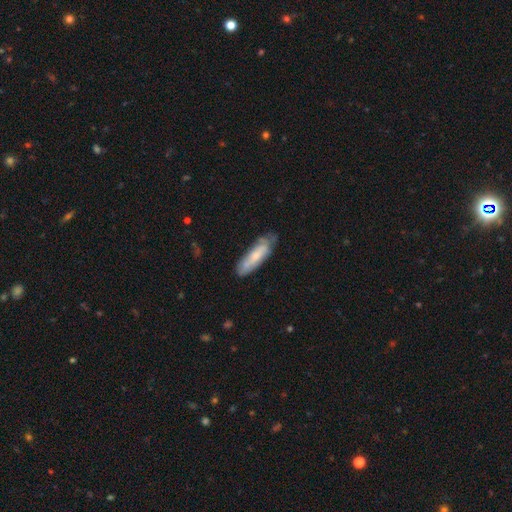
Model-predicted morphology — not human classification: Overall: smooth (57%; featured or disk 37%). How rounded: cigar-shaped (57%; in between 42%). Merging: none (63%; minor disturbance 28%).